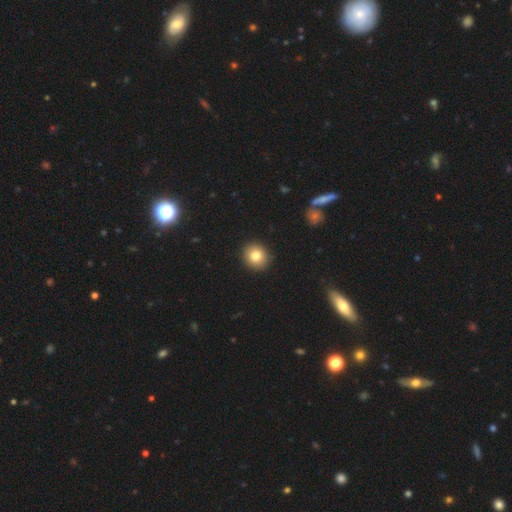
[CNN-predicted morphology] Smooth or featured?
  - smooth: 81% *
  - star or artifact: 11%
  - featured or disk: 9%
How rounded?
  - round: 85% *
  - in between: 14%
  - cigar-shaped: 1%
Merging?
  - none: 92% *
  - minor disturbance: 5%
  - major disturbance: 2%
  - merger: 1%